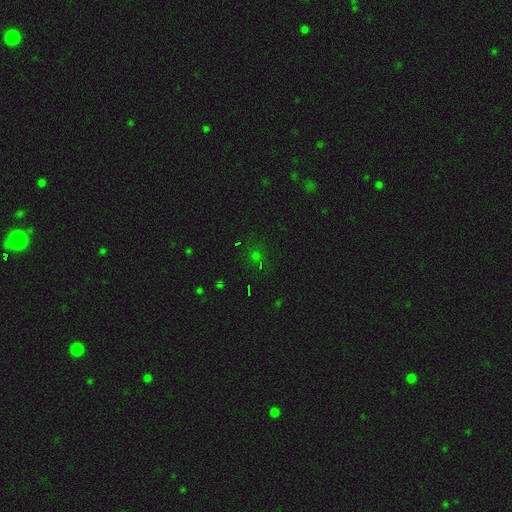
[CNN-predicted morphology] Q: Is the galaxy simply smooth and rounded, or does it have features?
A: star or artifact — 48%.